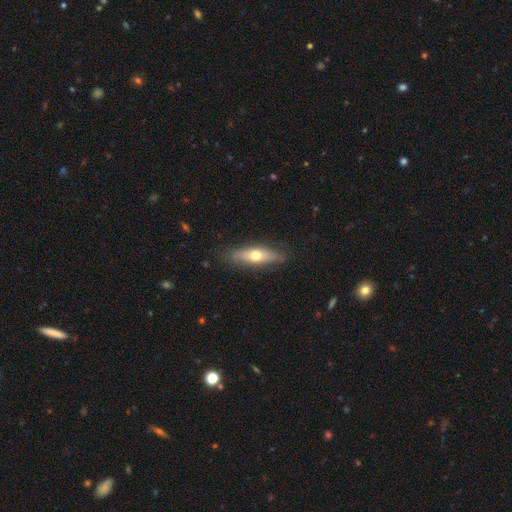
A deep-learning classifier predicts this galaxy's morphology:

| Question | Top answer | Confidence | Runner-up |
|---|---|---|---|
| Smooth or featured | smooth | 52% | featured or disk (42%) |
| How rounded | cigar-shaped | 52% | in between (44%) |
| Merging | none | 80% | minor disturbance (15%) |